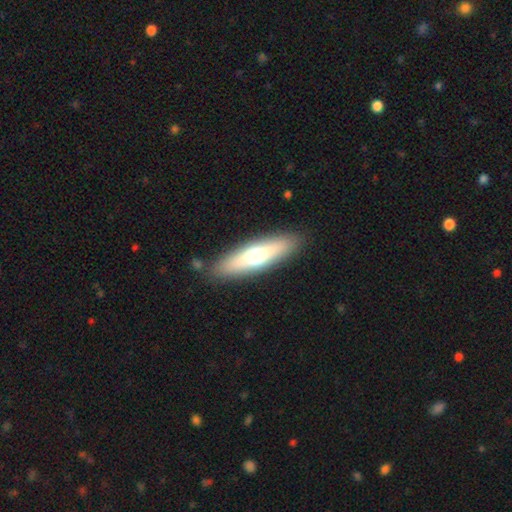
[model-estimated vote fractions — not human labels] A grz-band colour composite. It shows a smooth galaxy with no disk features (58%) that is cigar-shaped (60%). Merging: none (88%).